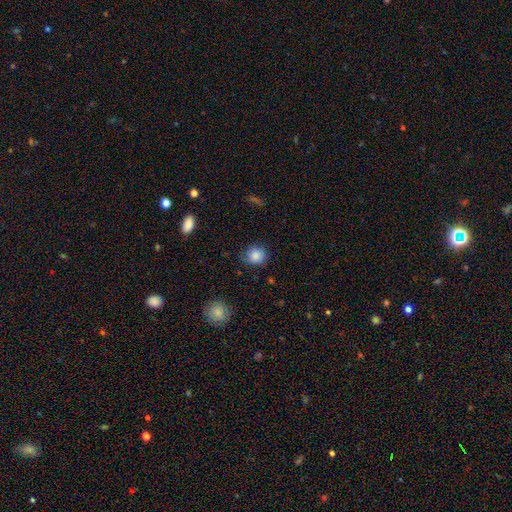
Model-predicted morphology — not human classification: type=smooth (85%); roundness=round (85%); merging=none (77%).